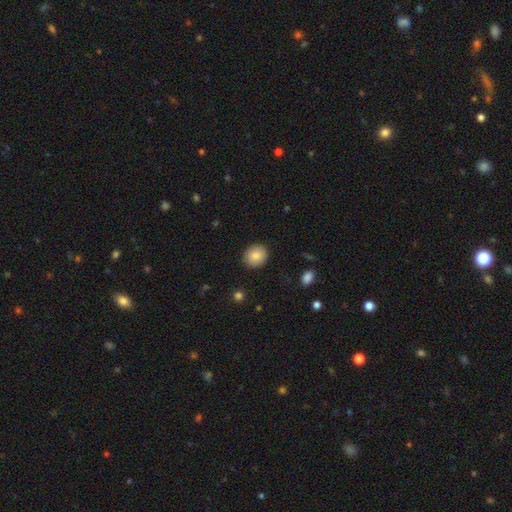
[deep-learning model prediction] Smooth or featured?
  - smooth: 86% *
  - star or artifact: 8%
  - featured or disk: 6%
How rounded?
  - round: 71% *
  - in between: 28%
  - cigar-shaped: 1%
Merging?
  - none: 90% *
  - minor disturbance: 7%
  - major disturbance: 2%
  - merger: 1%